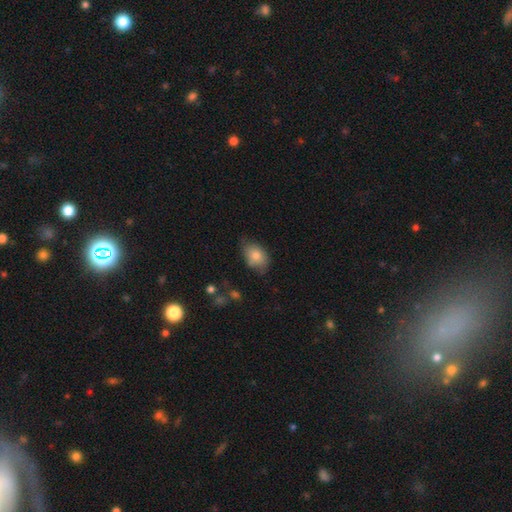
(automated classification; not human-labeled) smooth-or-featured: smooth: 79% | featured or disk: 13% | star or artifact: 7%
  how-rounded: in between: 83% | round: 16% | cigar-shaped: 1%
  merging: none: 61% | minor disturbance: 31% | major disturbance: 6% | merger: 2%